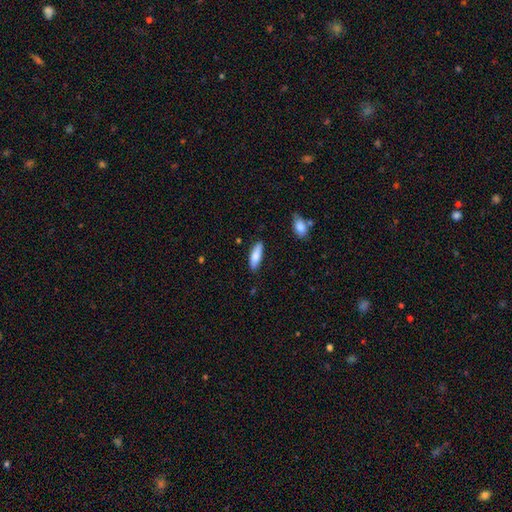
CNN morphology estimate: Smooth or featured?
  - smooth: 79% *
  - featured or disk: 15%
  - star or artifact: 6%
How rounded?
  - in between: 51% *
  - cigar-shaped: 47%
  - round: 2%
Merging?
  - none: 83% *
  - minor disturbance: 13%
  - major disturbance: 2%
  - merger: 2%